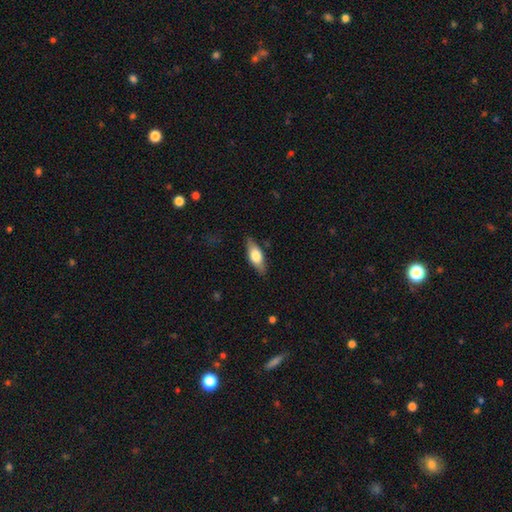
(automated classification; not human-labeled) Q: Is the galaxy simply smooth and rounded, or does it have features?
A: smooth — 61%.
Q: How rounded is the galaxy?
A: in between — 72%.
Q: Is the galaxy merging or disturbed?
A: none — 83%.